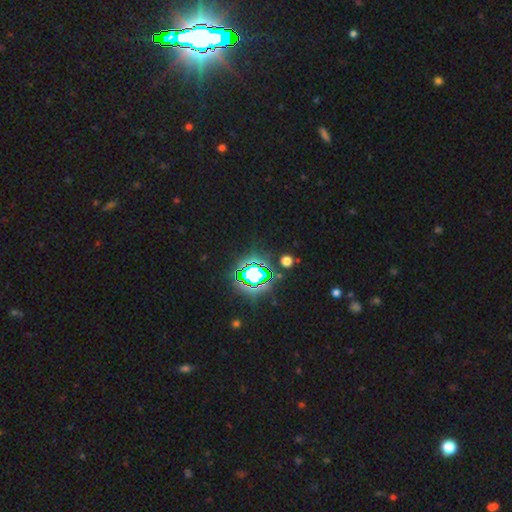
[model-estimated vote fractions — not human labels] The model was most divided on "smooth or featured": star or artifact: 83%, smooth: 10%, featured or disk: 7%.